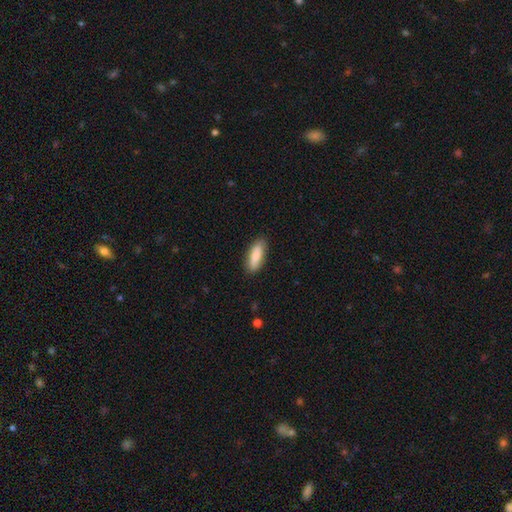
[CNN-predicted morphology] Smooth or featured? smooth (84%)
How rounded? in between (68%)
Merging? none (85%)